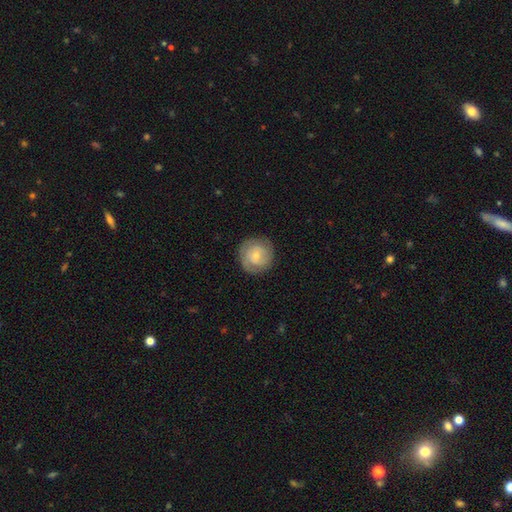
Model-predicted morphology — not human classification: Overall: featured or disk (57%; smooth 37%). Edge-on disk: no (97%). Bar: no (71%). Spiral arms: yes (80%). Bulge size: small (68%). Merging: none (82%).